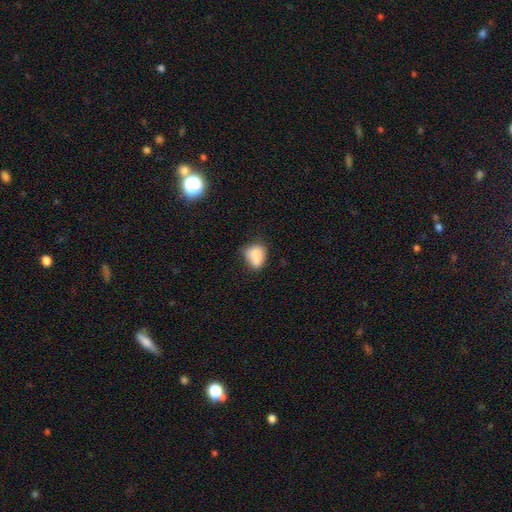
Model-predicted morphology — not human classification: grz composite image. It shows a smooth galaxy with no disk features (82%) that is in between round and cigar-shaped (66%). Merging: none (45%).